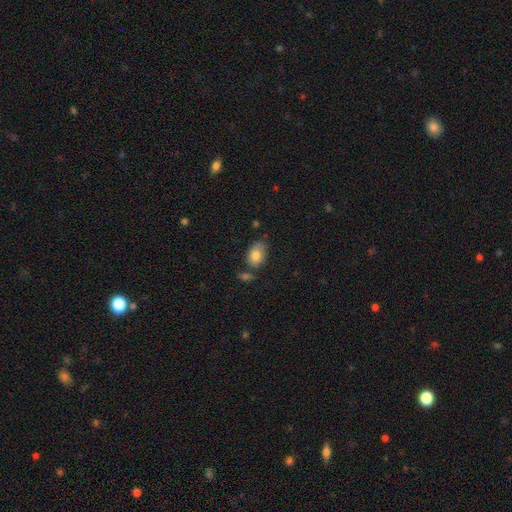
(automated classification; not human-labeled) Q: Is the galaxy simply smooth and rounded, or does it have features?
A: smooth — 81%.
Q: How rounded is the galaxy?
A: in between — 82%.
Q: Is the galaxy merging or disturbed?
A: none — 55%.